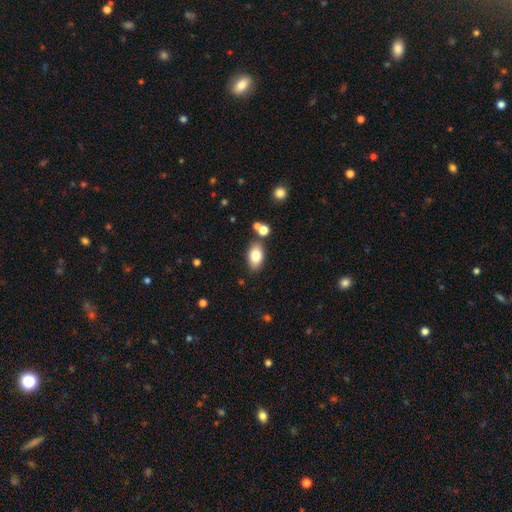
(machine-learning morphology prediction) Smooth or featured?
  - smooth: 82% *
  - featured or disk: 10%
  - star or artifact: 8%
How rounded?
  - in between: 90% *
  - round: 8%
  - cigar-shaped: 2%
Merging?
  - none: 79% *
  - minor disturbance: 11%
  - merger: 7%
  - major disturbance: 3%